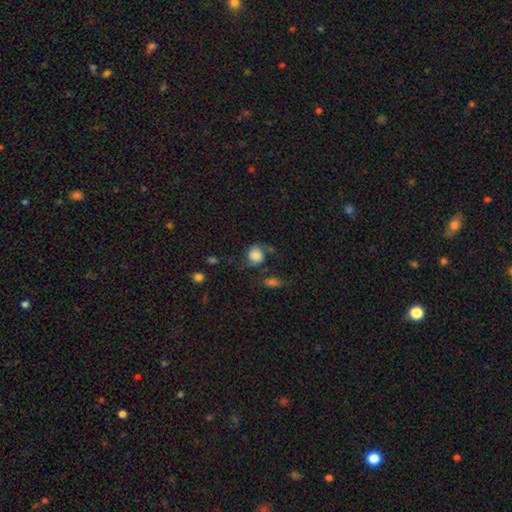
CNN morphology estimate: Smooth or featured? Predicted: smooth (p=0.55). How rounded? Predicted: round (p=0.73). Merging? Predicted: none (p=0.47).